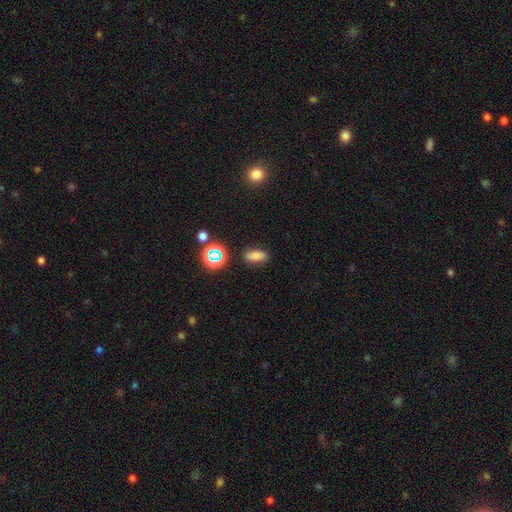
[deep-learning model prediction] Smooth or featured?
  - smooth: 73% *
  - star or artifact: 18%
  - featured or disk: 9%
How rounded?
  - in between: 82% *
  - round: 9%
  - cigar-shaped: 9%
Merging?
  - none: 81% *
  - minor disturbance: 13%
  - major disturbance: 3%
  - merger: 2%